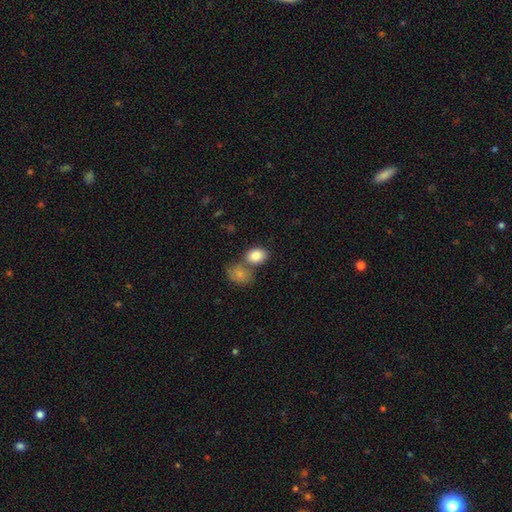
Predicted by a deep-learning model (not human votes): A smooth galaxy with no disk features (85%) that is in between round and cigar-shaped (72%). Merging: none (50%).